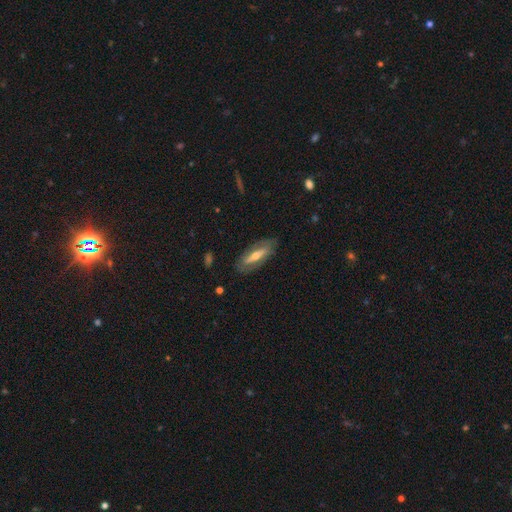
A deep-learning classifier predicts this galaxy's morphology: A featured or disk galaxy (59%).

Vote fractions:
- Smooth or featured? featured or disk: 59% / smooth: 35% / star or artifact: 6%
- Edge-on disk? no: 60% / yes: 40%
- Merging? none: 81% / minor disturbance: 13% / major disturbance: 4% / merger: 1%